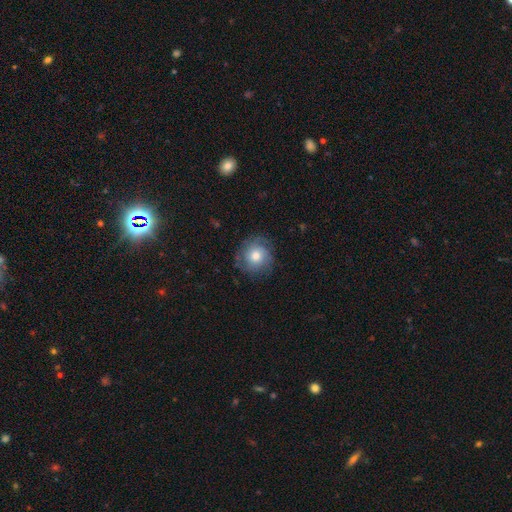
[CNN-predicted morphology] A featured or disk galaxy (46%). Merging: none (77%).